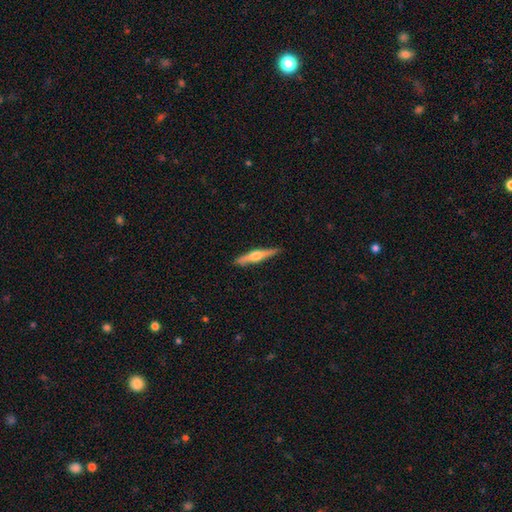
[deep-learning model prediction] featured or disk 61%, smooth 33%, star or artifact 5%. Down the decision tree: edge-on disk — yes (97%); edge-on bulge — rounded (89%); merging — none (87%).